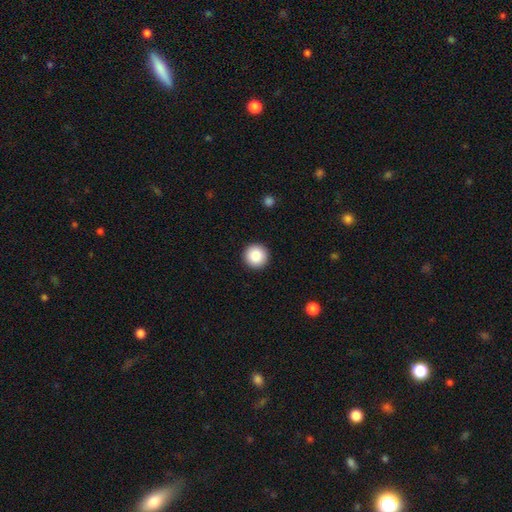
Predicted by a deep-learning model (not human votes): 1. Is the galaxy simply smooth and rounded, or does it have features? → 87% smooth, 9% star or artifact, 4% featured or disk.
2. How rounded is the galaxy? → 96% round, 3% in between, 1% cigar-shaped.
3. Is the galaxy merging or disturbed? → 93% none, 4% minor disturbance, 2% major disturbance, 1% merger.